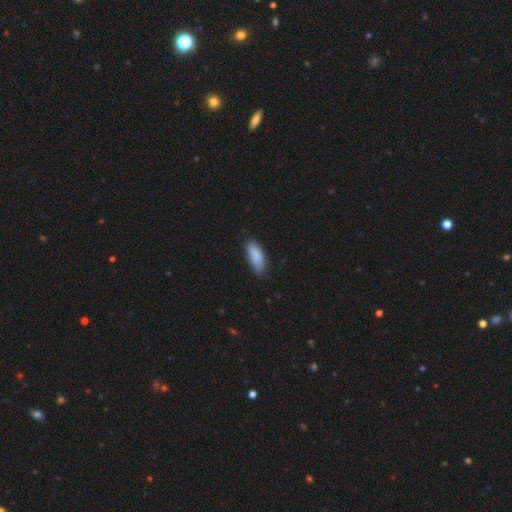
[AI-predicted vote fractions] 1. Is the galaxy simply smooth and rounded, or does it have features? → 89% smooth, 6% star or artifact, 5% featured or disk.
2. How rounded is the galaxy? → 67% in between, 31% cigar-shaped, 2% round.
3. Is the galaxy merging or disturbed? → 83% none, 14% minor disturbance, 2% major disturbance, 1% merger.